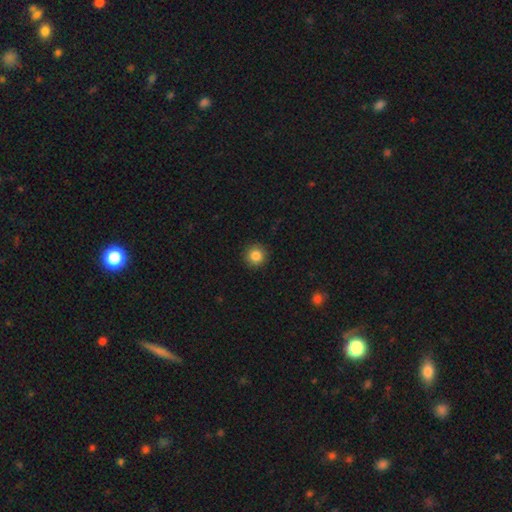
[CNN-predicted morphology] Smooth or featured? smooth (85%)
How rounded? round (95%)
Merging? none (92%)